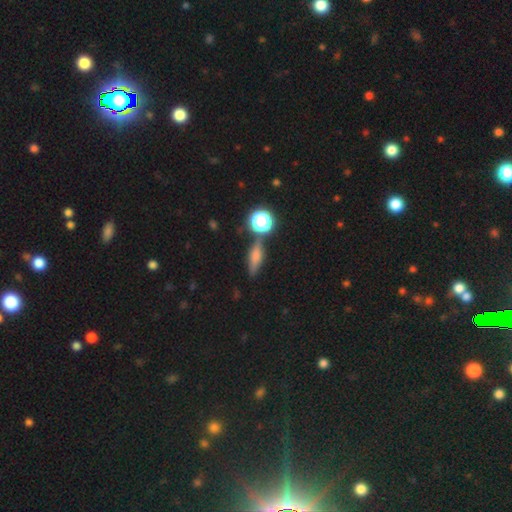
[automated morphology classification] smooth-or-featured: smooth: 56% | featured or disk: 29% | star or artifact: 15%
  how-rounded: cigar-shaped: 43% | in between: 40% | round: 17%
  merging: none: 71% | minor disturbance: 15% | merger: 10% | major disturbance: 5%